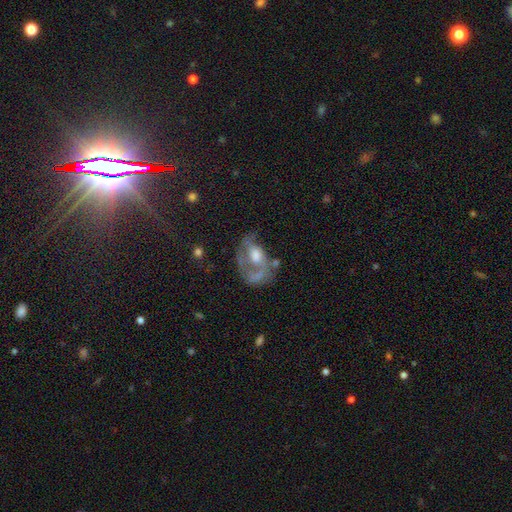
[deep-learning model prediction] Morphology: type=featured or disk (64%); edge-on=no (96%); bar=no (75%); spiral arms=yes (53%); bulge=moderate (45%); merging=major disturbance (41%).